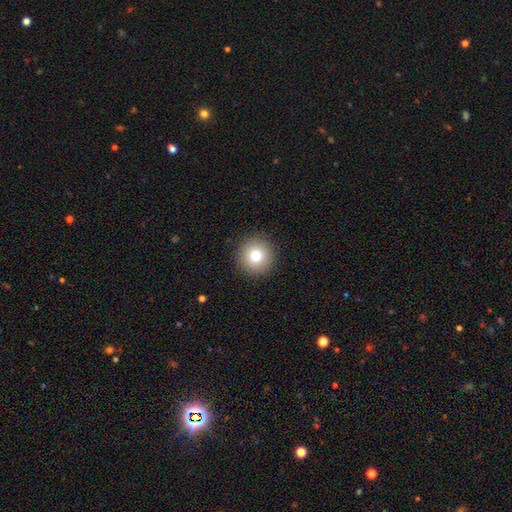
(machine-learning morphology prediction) Smooth or featured? smooth (78%)
How rounded? round (95%)
Merging? none (92%)